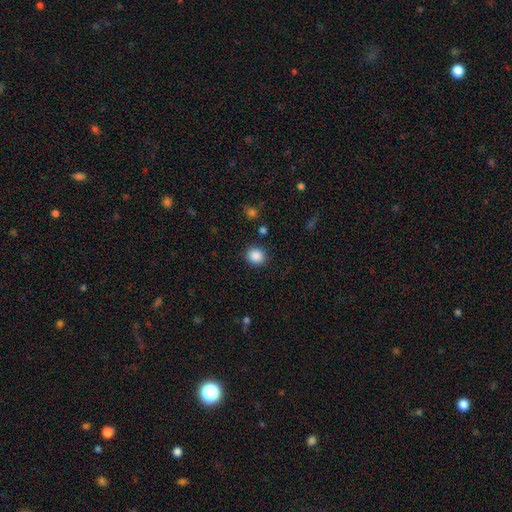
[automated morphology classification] This appears to be a smooth galaxy with no disk features (87%) that is round (80%). Merging: none (89%).